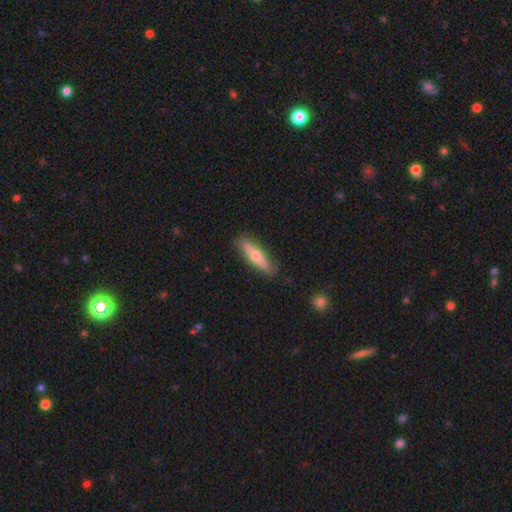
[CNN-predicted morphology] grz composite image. It shows a smooth galaxy with no disk features (57%) that is cigar-shaped (79%). Merging: none (86%).